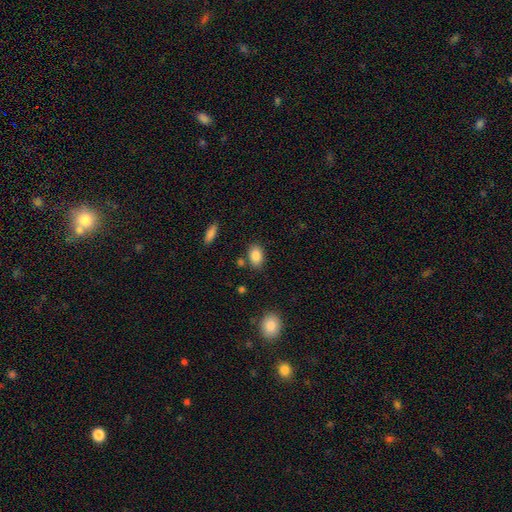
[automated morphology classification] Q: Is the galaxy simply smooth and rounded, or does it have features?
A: smooth — 86%.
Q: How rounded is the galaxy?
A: in between — 84%.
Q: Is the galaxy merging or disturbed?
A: none — 79%.